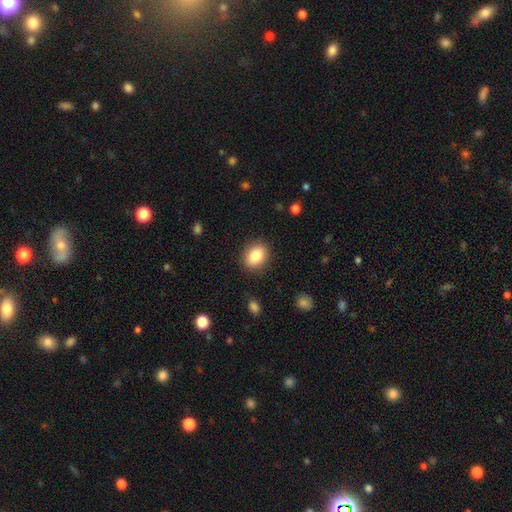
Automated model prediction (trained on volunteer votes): smooth-or-featured: smooth: 83% | star or artifact: 9% | featured or disk: 8%
  how-rounded: in between: 59% | round: 40% | cigar-shaped: 1%
  merging: none: 88% | minor disturbance: 8% | major disturbance: 2% | merger: 1%